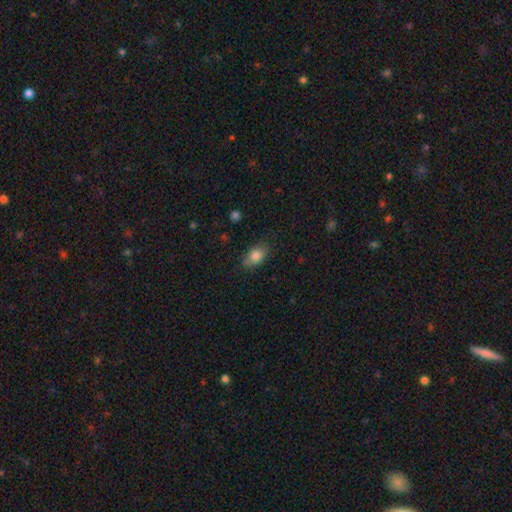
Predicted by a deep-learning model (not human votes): Smooth or featured? Predicted: smooth (p=0.82). How rounded? Predicted: in between (p=0.79). Merging? Predicted: none (p=0.75).